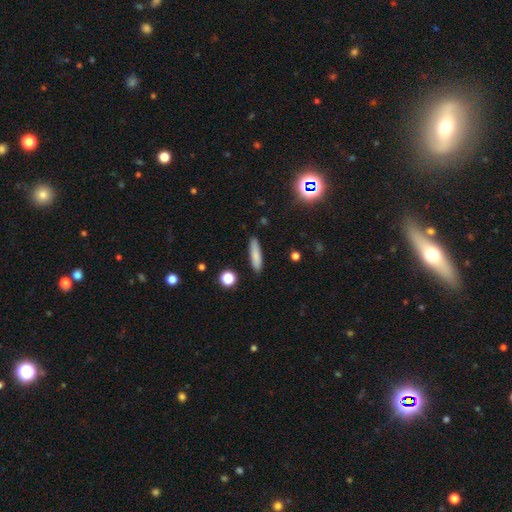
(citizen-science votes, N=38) Smooth or featured? 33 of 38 (87%) said smooth. How rounded? 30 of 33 (91%) said cigar-shaped. Merging? 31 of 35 (89%) said none.